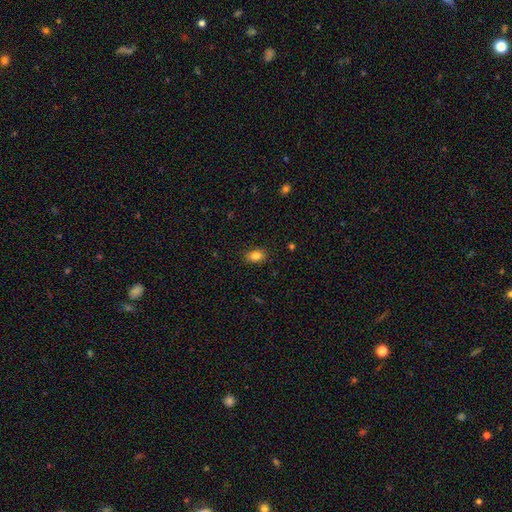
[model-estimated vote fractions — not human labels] Smooth or featured? smooth (84%)
How rounded? in between (82%)
Merging? none (88%)